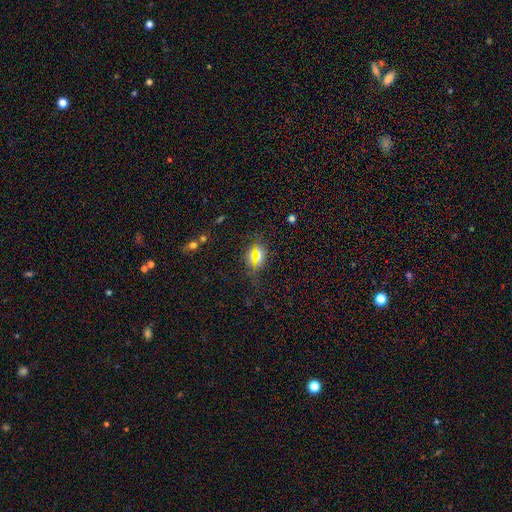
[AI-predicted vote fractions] Smooth or featured: smooth — 49% (star or artifact — 39%)
Merging: none — 70% (minor disturbance — 15%)